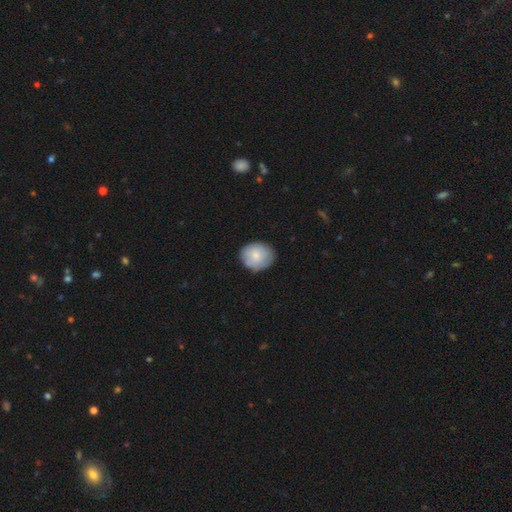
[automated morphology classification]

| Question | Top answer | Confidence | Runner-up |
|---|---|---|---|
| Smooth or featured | smooth | 76% | featured or disk (17%) |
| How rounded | round | 67% | in between (32%) |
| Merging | none | 77% | minor disturbance (18%) |